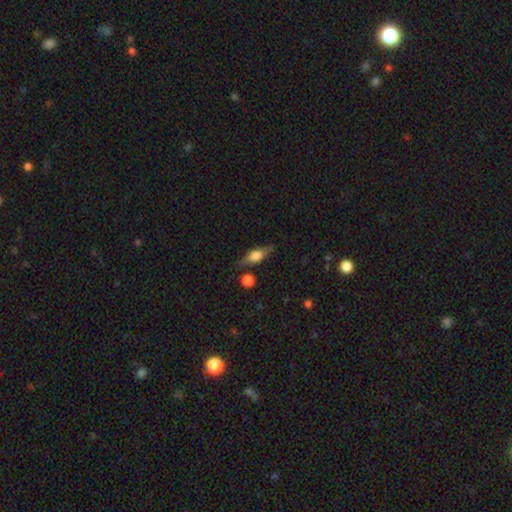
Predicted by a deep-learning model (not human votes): smooth 48%, featured or disk 43%, star or artifact 9%. Down the decision tree: merging — none (73%).